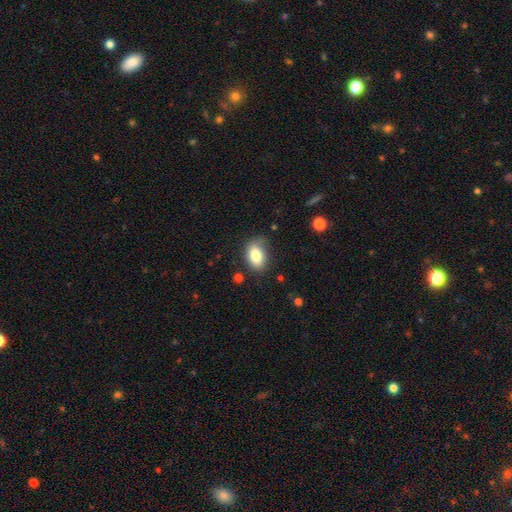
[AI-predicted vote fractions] Smooth or featured? Predicted: smooth (p=0.82). How rounded? Predicted: in between (p=0.88). Merging? Predicted: none (p=0.72).